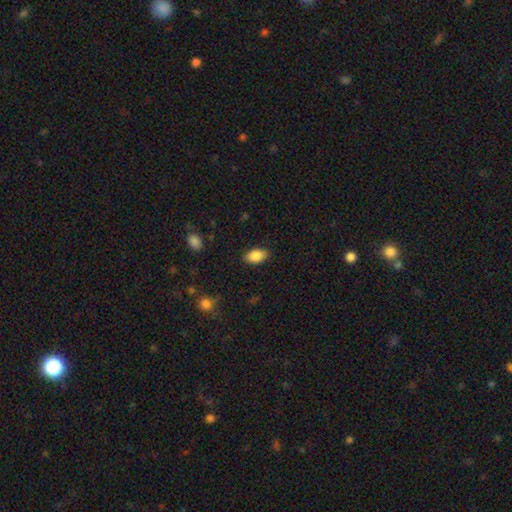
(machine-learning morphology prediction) smooth-or-featured: smooth: 87% | star or artifact: 7% | featured or disk: 6%
  how-rounded: in between: 92% | round: 6% | cigar-shaped: 2%
  merging: none: 86% | minor disturbance: 10% | major disturbance: 3% | merger: 1%